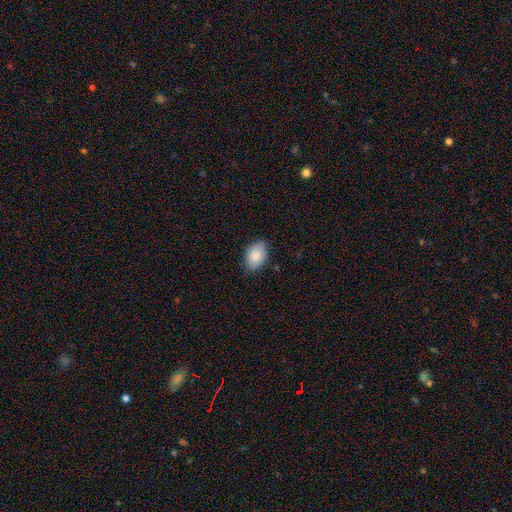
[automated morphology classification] This is clearly a smooth galaxy (85%). How rounded: clearly in between (88%). Merging: likely none (80%).